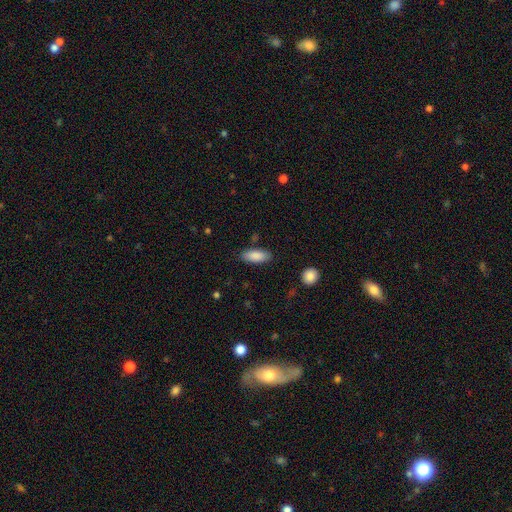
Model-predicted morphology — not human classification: Smooth or featured? smooth (87%)
How rounded? in between (77%)
Merging? none (85%)